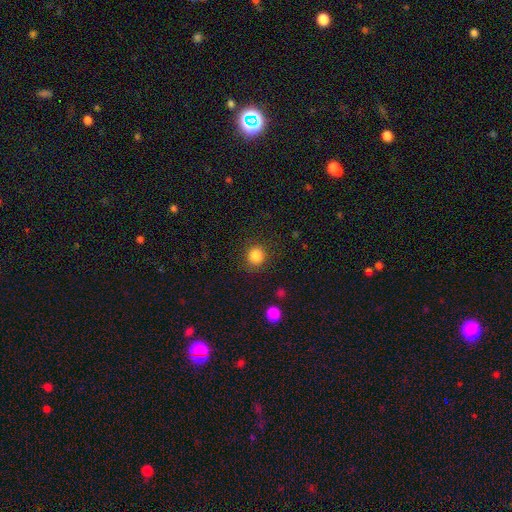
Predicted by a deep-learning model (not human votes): Smooth or featured: smooth — 85% (star or artifact — 11%)
How rounded: round — 90% (in between — 9%)
Merging: none — 88% (minor disturbance — 8%)